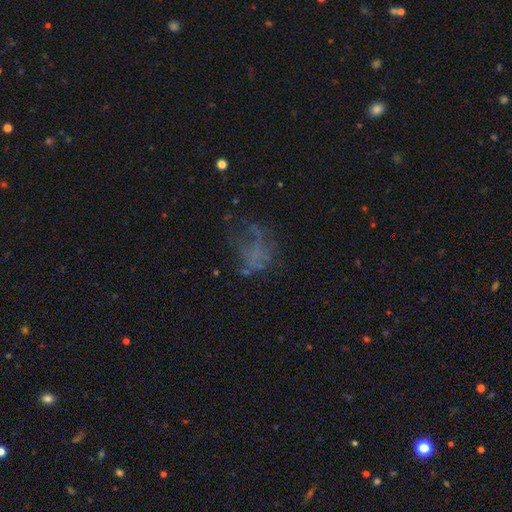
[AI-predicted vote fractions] Smooth or featured: featured or disk — 39% (smooth — 33%)
Merging: none — 41% (major disturbance — 36%)